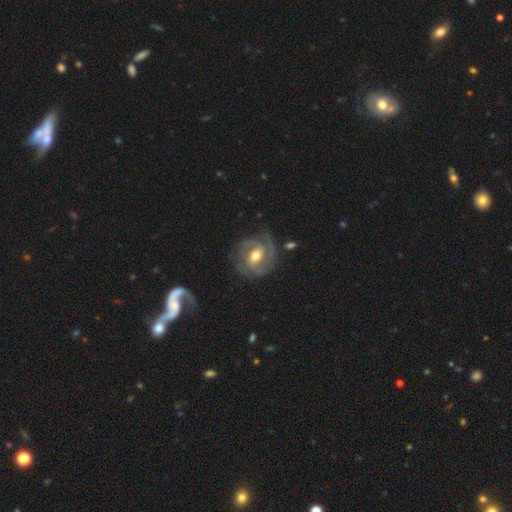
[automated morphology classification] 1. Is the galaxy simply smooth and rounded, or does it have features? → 85% featured or disk, 11% smooth, 5% star or artifact.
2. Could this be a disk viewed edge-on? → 97% no, 3% yes.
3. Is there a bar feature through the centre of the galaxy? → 47% weak, 34% no, 19% strong.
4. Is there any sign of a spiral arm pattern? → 95% yes, 5% no.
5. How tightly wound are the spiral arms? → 54% tight, 37% medium, 9% loose.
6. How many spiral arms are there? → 58% 2, 18% 3, 12% can't tell, 6% 1, 3% 4, 3% more than 4.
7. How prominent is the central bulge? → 73% moderate, 17% small, 8% large, 1% none, 1% dominant.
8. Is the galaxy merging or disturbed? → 74% none, 17% minor disturbance, 7% major disturbance, 2% merger.